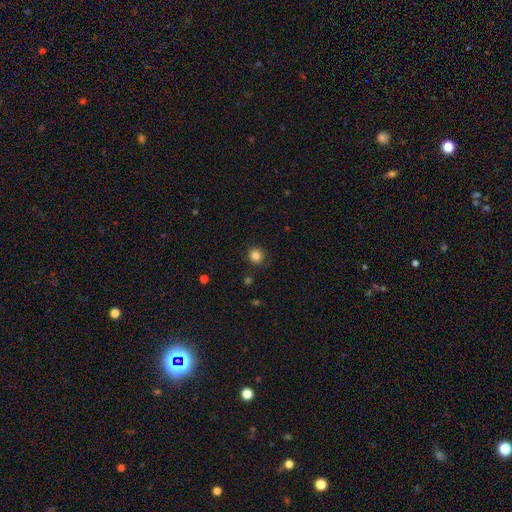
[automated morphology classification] Smooth or featured? smooth (85%)
How rounded? round (92%)
Merging? none (89%)